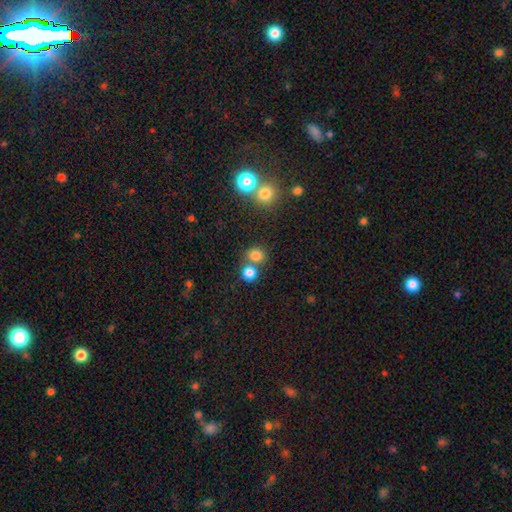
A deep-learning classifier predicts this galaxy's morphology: type=smooth (78%); roundness=round (79%); merging=none (61%).